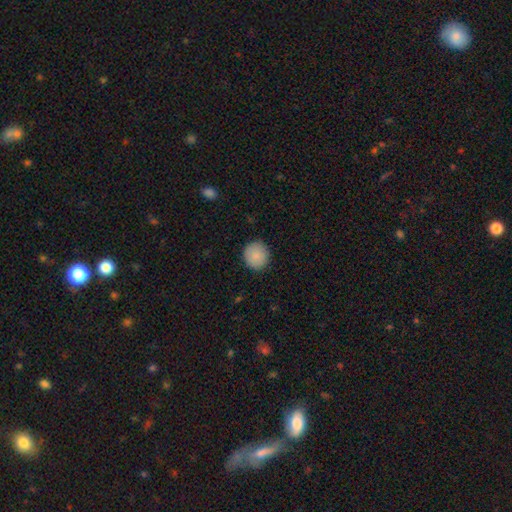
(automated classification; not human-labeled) Smooth or featured?
  - smooth: 88% *
  - star or artifact: 7%
  - featured or disk: 5%
How rounded?
  - round: 90% *
  - in between: 9%
  - cigar-shaped: 1%
Merging?
  - none: 90% *
  - minor disturbance: 7%
  - major disturbance: 2%
  - merger: 1%